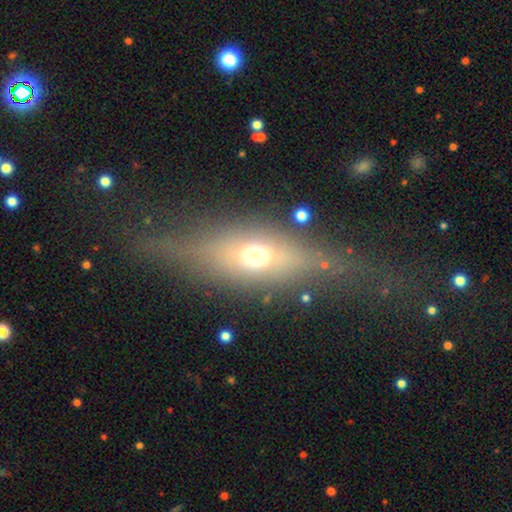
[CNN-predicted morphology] Smooth or featured: featured or disk — 45% (smooth — 43%)
Merging: none — 63% (minor disturbance — 18%)